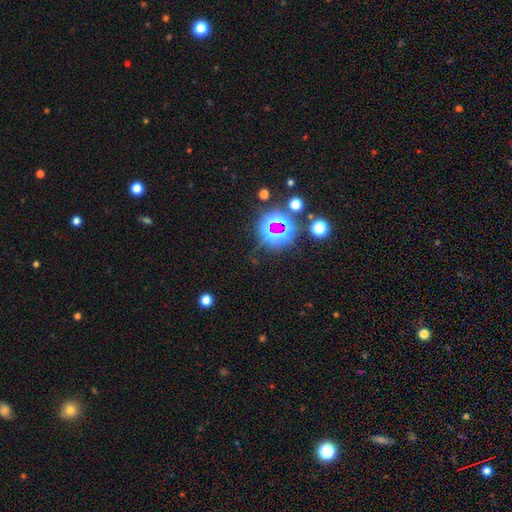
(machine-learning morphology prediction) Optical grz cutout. It shows a star or artifact, not a galaxy (70%).